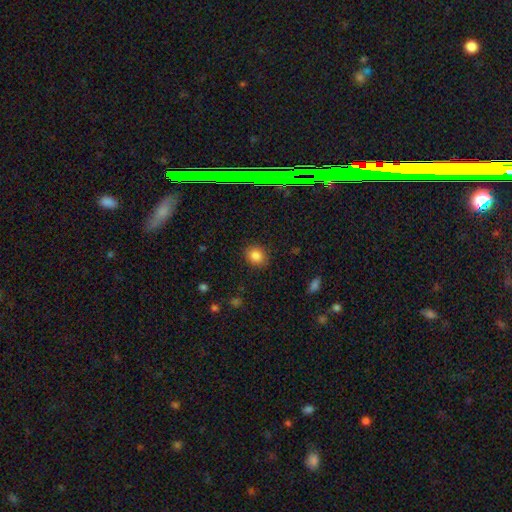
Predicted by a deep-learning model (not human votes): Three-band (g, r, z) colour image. It shows a smooth galaxy with no disk features (83%) that is round (64%). Merging: none (88%).